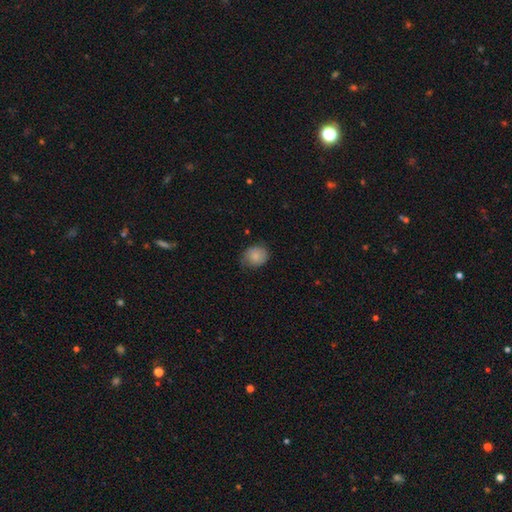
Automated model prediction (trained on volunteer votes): Morphology: type=smooth (82%); roundness=round (69%); merging=none (64%).